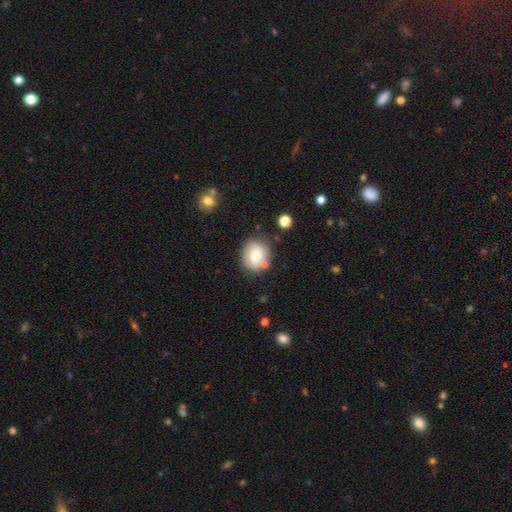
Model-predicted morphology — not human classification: Smooth or featured? smooth (74%)
How rounded? round (60%)
Merging? none (71%)